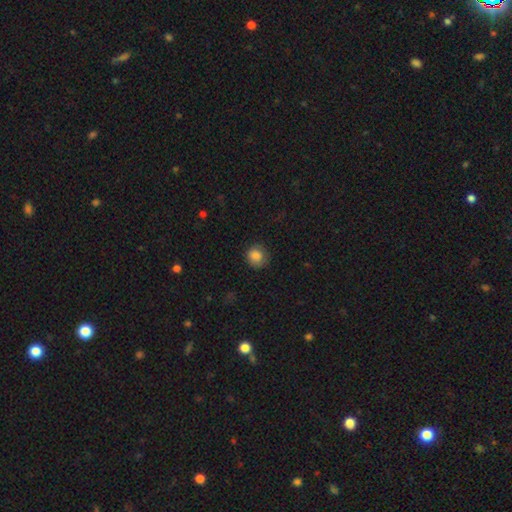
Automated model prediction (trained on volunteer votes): Overall: smooth (84%). How rounded: round (89%). Merging: none (80%).